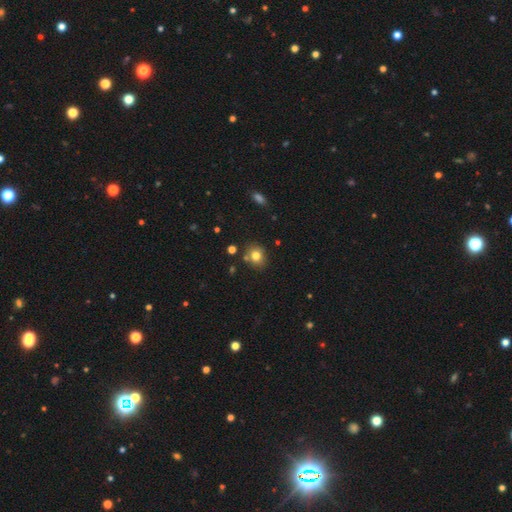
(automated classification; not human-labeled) This is likely a smooth galaxy (78%). How rounded: likely round (72%). Merging: likely none (76%).